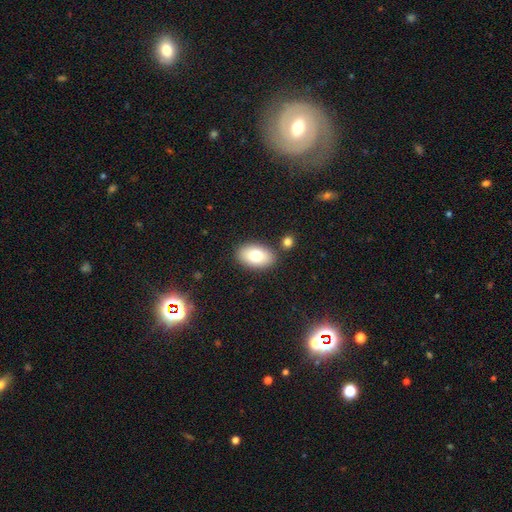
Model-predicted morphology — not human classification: Q: Smooth or featured?
A: smooth (77%); runner-up: featured or disk (15%)
Q: How rounded?
A: in between (91%); runner-up: round (7%)
Q: Merging?
A: none (84%); runner-up: minor disturbance (9%)